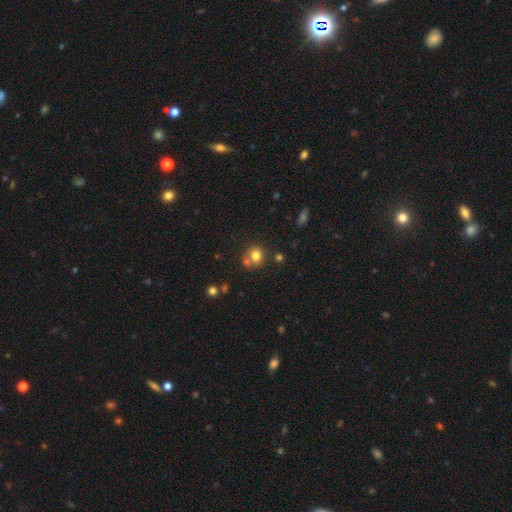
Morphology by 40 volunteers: smooth-or-featured: smooth: 85% | featured or disk: 10% | star or artifact: 5%
  how-rounded: round: 82% | in between: 18% | cigar-shaped: 0%
  merging: none: 58% | merger: 29% | minor disturbance: 8% | major disturbance: 5%